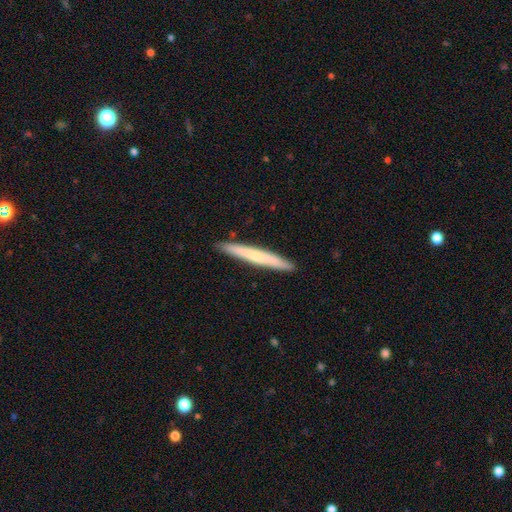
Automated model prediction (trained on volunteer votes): The model was most divided on "smooth or featured": smooth: 49%, featured or disk: 44%, star or artifact: 7%. More confident: merging — none (91%).